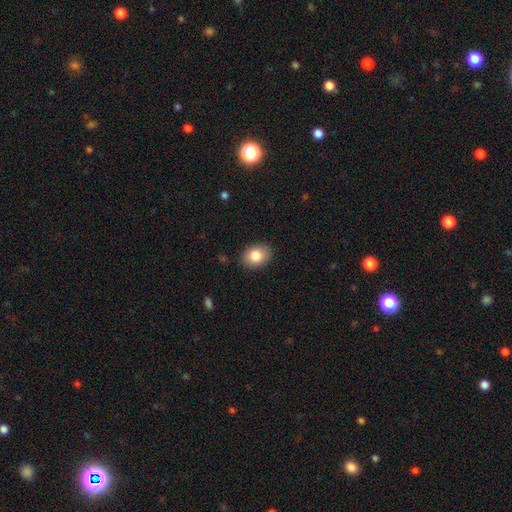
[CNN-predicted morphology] The model was most divided on "how rounded": in between: 66%, round: 33%, cigar-shaped: 1%. More confident: merging — none (86%); smooth or featured — smooth (83%).